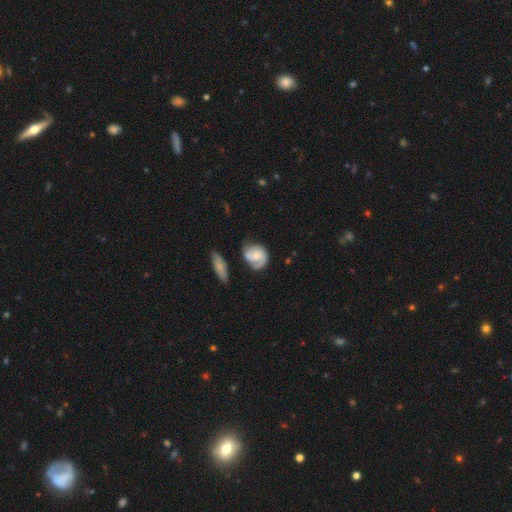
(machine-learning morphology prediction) Q: Smooth or featured?
A: featured or disk (71%); runner-up: smooth (24%)
Q: Edge-on disk?
A: no (97%); runner-up: yes (3%)
Q: Bar?
A: no (67%); runner-up: weak (28%)
Q: Spiral arms?
A: yes (91%); runner-up: no (9%)
Q: Spiral winding?
A: tight (44%); runner-up: medium (40%)
Q: Spiral arm count?
A: 2 (63%); runner-up: 1 (21%)
Q: Bulge size?
A: moderate (53%); runner-up: small (40%)
Q: Merging?
A: none (54%); runner-up: minor disturbance (25%)